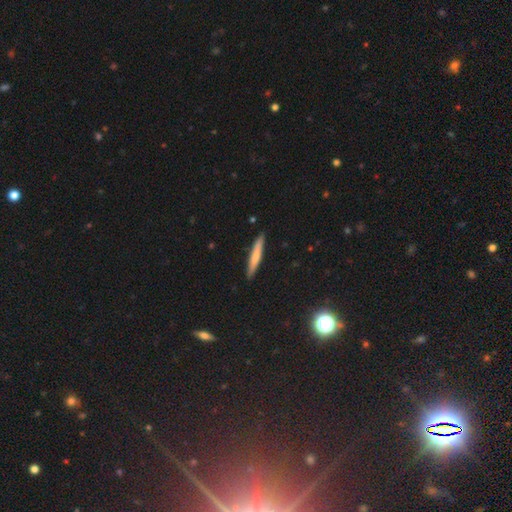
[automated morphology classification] Smooth or featured? Predicted: smooth (p=0.66). How rounded? Predicted: cigar-shaped (p=0.94). Merging? Predicted: none (p=0.90).